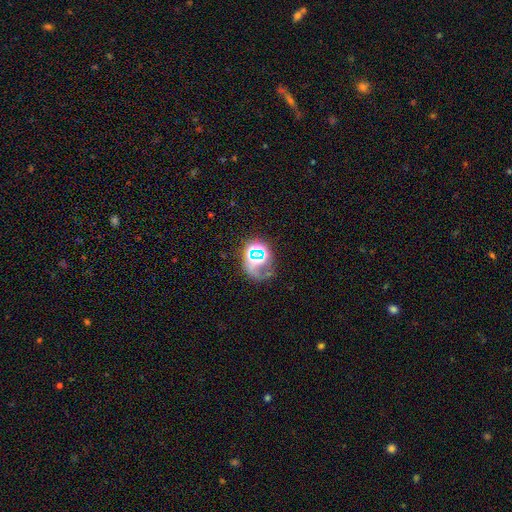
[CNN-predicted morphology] Smooth or featured?
  - star or artifact: 45% *
  - featured or disk: 28%
  - smooth: 27%